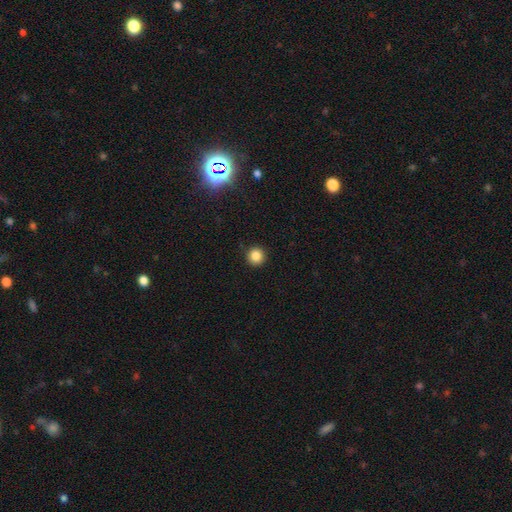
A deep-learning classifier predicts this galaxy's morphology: Overall: smooth (85%). How rounded: round (95%). Merging: none (92%).